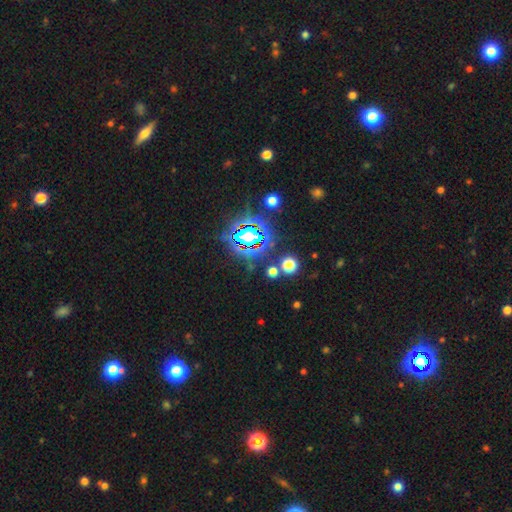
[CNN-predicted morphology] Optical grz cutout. It shows a star or artifact, not a galaxy (81%).